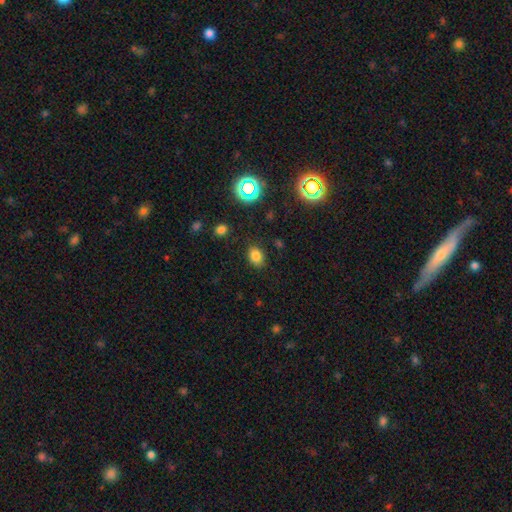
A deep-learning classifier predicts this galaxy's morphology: smooth 78%, star or artifact 16%, featured or disk 6%. Down the decision tree: how rounded — in between (66%); merging — none (84%).